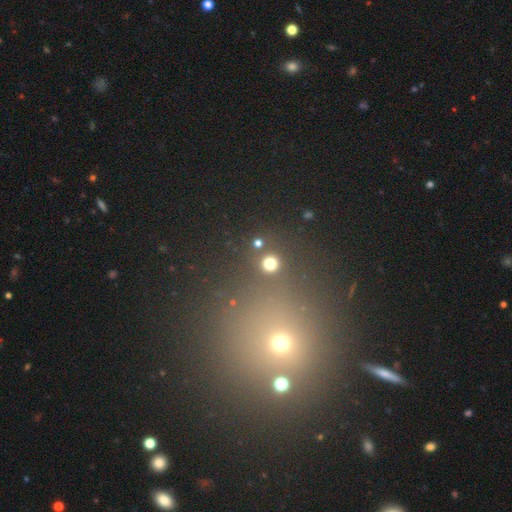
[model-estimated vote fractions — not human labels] Q: Smooth or featured?
A: star or artifact (50%); runner-up: smooth (42%)